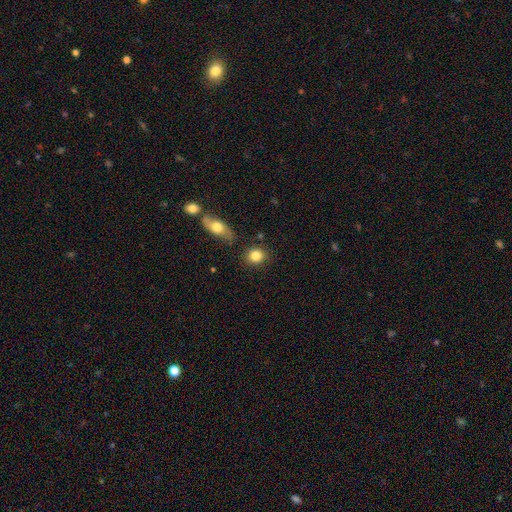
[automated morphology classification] A smooth galaxy with no disk features (84%) that is round (78%). Merging: none (82%).